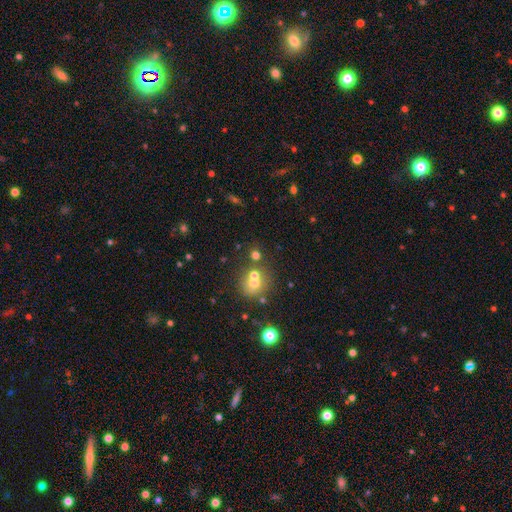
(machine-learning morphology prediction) Smooth or featured: smooth — 60% (star or artifact — 23%)
How rounded: round — 84% (in between — 15%)
Merging: none — 53% (merger — 36%)